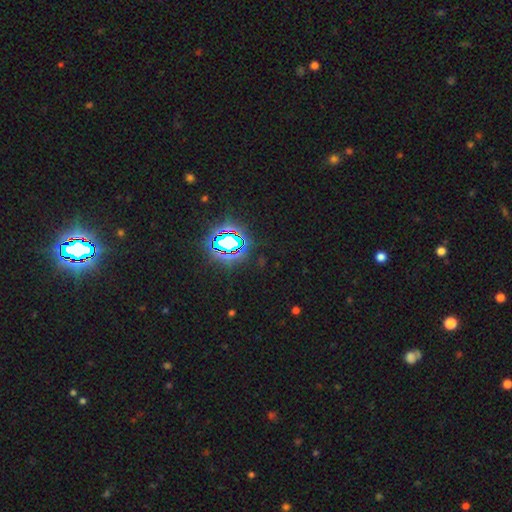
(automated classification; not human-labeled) The model was most divided on "smooth or featured": star or artifact: 83%, smooth: 10%, featured or disk: 7%.